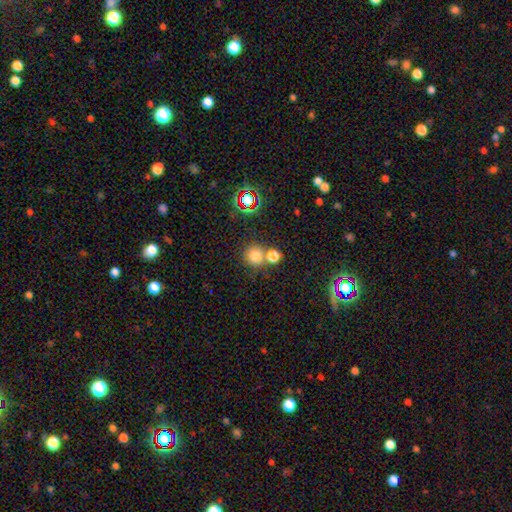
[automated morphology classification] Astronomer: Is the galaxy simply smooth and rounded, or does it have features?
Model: smooth — 74%.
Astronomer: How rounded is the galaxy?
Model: round — 90%.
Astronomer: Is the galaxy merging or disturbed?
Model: none — 64%.